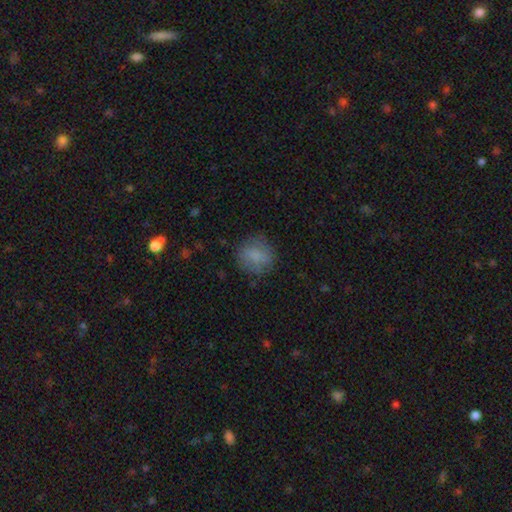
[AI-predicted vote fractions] A smooth galaxy with no disk features (77%) that is round (80%). Merging: none (77%).